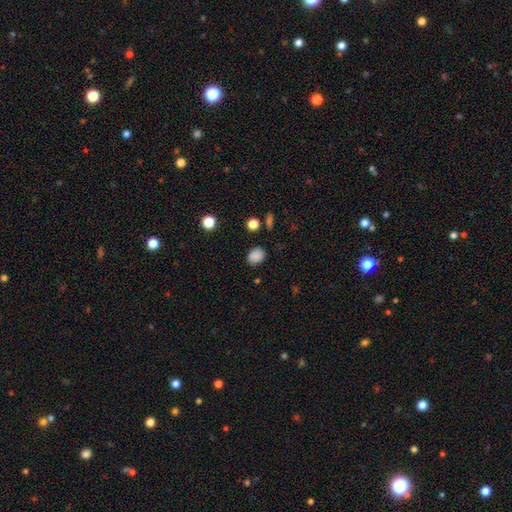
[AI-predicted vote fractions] This appears to be a smooth galaxy with no disk features (86%) that is in between round and cigar-shaped (54%). Merging: none (82%).